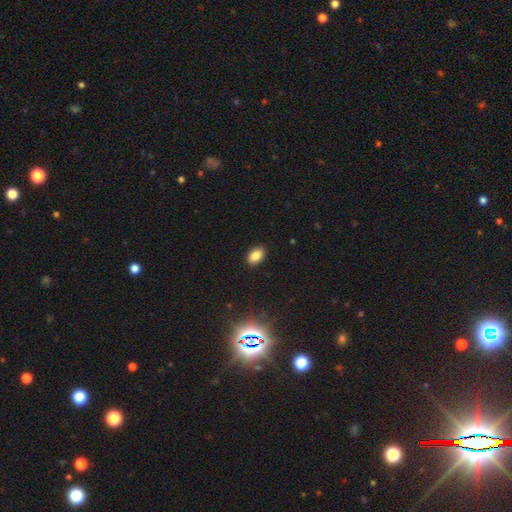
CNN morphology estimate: Smooth or featured: smooth — 84% (star or artifact — 11%)
How rounded: in between — 88% (round — 10%)
Merging: none — 89% (minor disturbance — 8%)